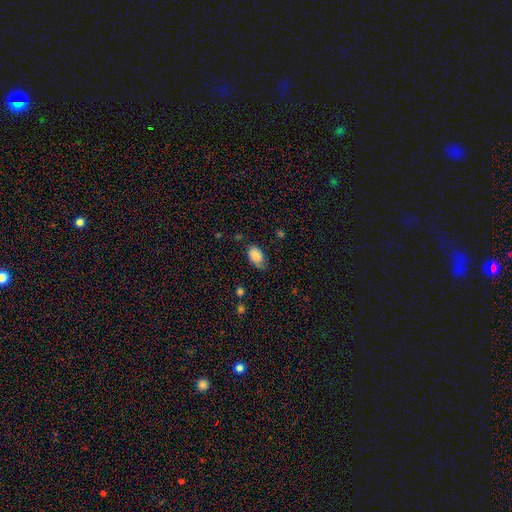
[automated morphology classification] A smooth galaxy with no disk features (77%) that is in between round and cigar-shaped (92%).

Vote fractions:
- Smooth or featured? smooth: 77% / featured or disk: 15% / star or artifact: 8%
- How rounded? in between: 92% / round: 6% / cigar-shaped: 2%
- Merging? none: 56% / minor disturbance: 32% / major disturbance: 10% / merger: 2%